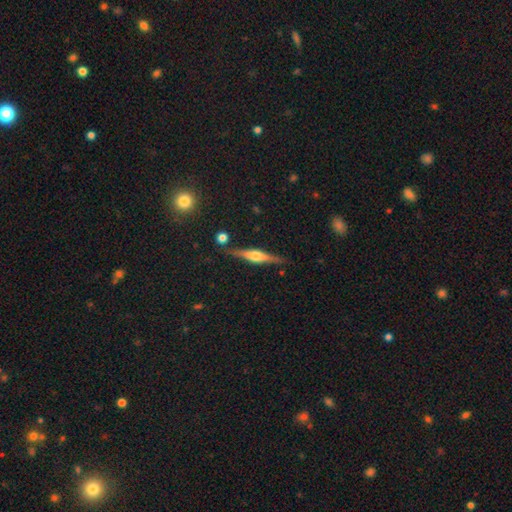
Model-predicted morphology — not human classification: This appears to be a featured or disk galaxy (73%) viewed edge-on (97%) with a rounded central bulge (86%). Merging: none (84%).